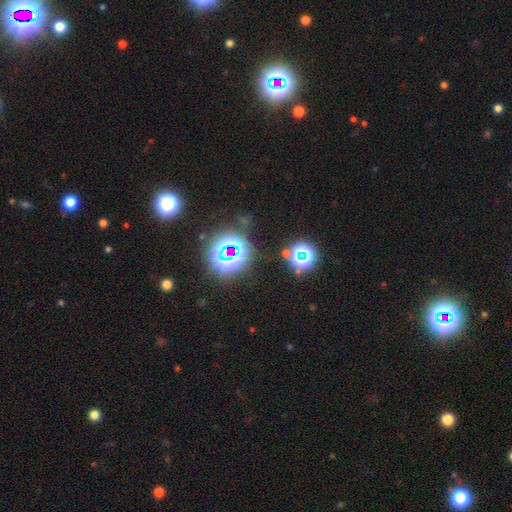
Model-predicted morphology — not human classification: Smooth or featured?
  - star or artifact: 76% *
  - smooth: 16%
  - featured or disk: 8%